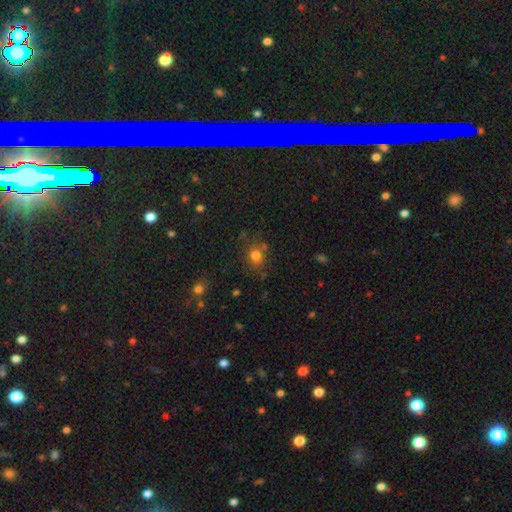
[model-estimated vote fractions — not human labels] smooth-or-featured: smooth: 78% | star or artifact: 15% | featured or disk: 7%
  how-rounded: round: 73% | in between: 26% | cigar-shaped: 1%
  merging: none: 74% | minor disturbance: 13% | merger: 8% | major disturbance: 5%